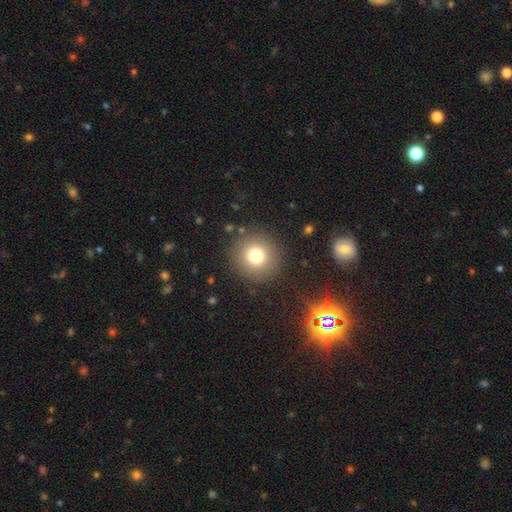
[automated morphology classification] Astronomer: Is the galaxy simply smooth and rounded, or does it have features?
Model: smooth — 76%.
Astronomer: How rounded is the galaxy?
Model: round — 95%.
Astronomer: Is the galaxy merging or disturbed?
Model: none — 89%.